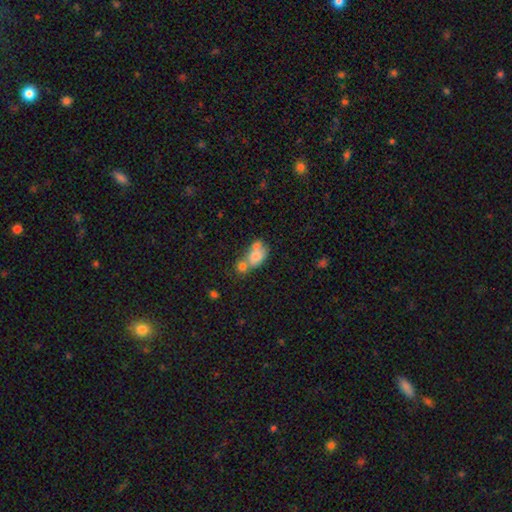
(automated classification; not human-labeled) The model was most divided on "merging": merger: 60%, none: 23%, minor disturbance: 11%, major disturbance: 6%. More confident: how rounded — in between (75%); smooth or featured — smooth (70%).